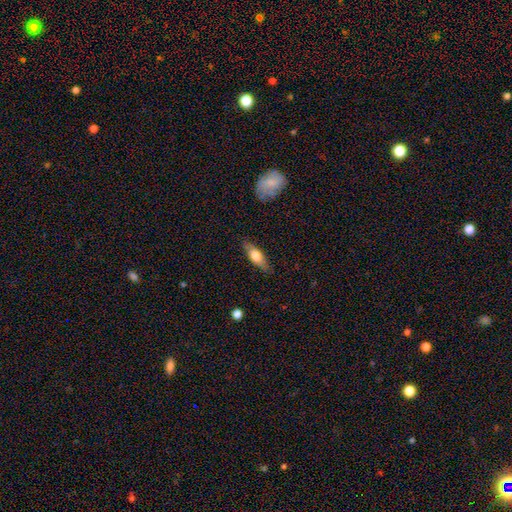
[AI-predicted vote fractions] Q: Smooth or featured?
A: smooth (59%); runner-up: featured or disk (35%)
Q: How rounded?
A: in between (51%); runner-up: cigar-shaped (46%)
Q: Merging?
A: none (83%); runner-up: minor disturbance (13%)